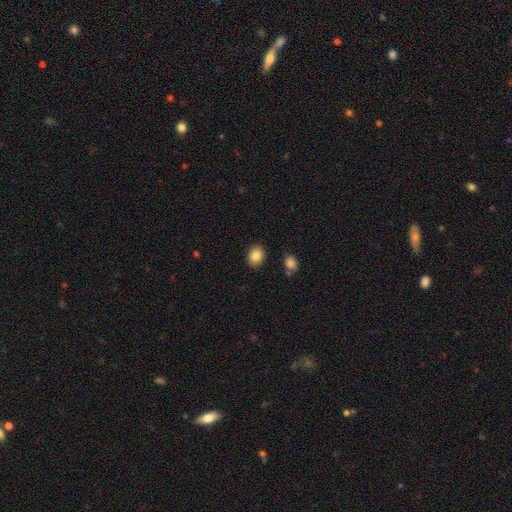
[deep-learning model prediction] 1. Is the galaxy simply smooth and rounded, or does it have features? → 84% smooth, 9% star or artifact, 7% featured or disk.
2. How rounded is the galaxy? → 51% in between, 48% round, 1% cigar-shaped.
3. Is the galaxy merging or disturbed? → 88% none, 8% minor disturbance, 2% major disturbance, 2% merger.